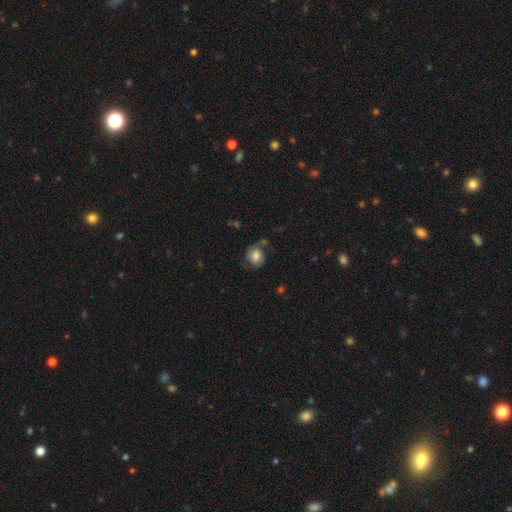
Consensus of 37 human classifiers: smooth_or_featured: smooth (p=0.54) [alt: featured or disk p=0.38]
how_rounded: round (p=0.65) [alt: in between p=0.35]
merging: none (p=0.65) [alt: minor disturbance p=0.29]